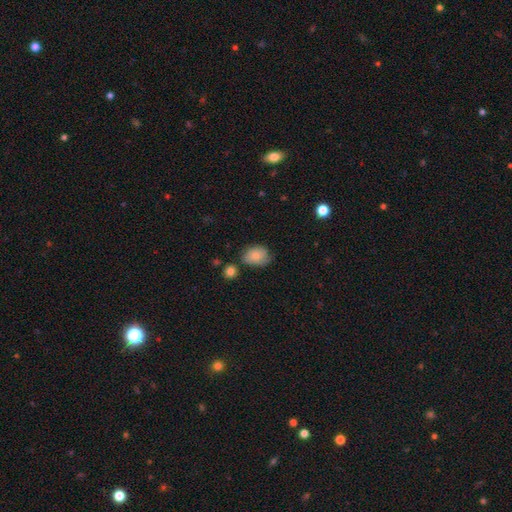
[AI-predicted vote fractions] smooth_or_featured: smooth (p=0.74) [alt: featured or disk p=0.18]
how_rounded: in between (p=0.69) [alt: round p=0.30]
merging: none (p=0.57) [alt: minor disturbance p=0.31]